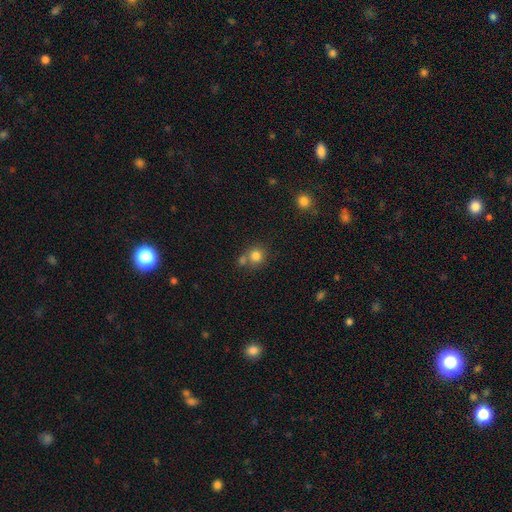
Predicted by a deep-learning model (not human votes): Smooth or featured? smooth (81%)
How rounded? round (87%)
Merging? none (58%)